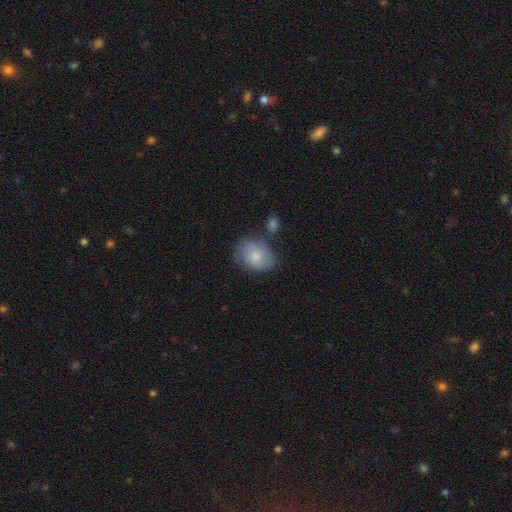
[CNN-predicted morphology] smooth 76%, featured or disk 17%, star or artifact 7%. Down the decision tree: how rounded — in between (64%); merging — none (59%).